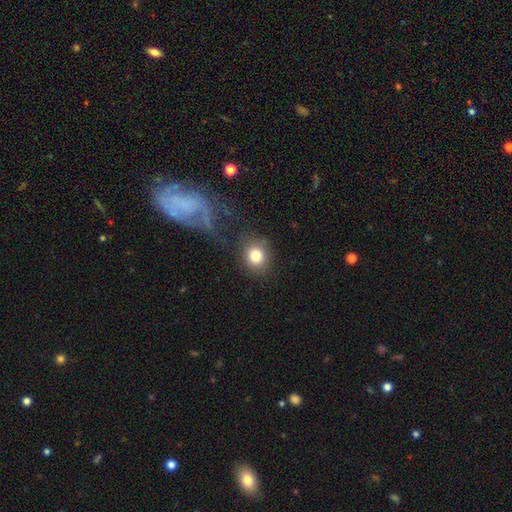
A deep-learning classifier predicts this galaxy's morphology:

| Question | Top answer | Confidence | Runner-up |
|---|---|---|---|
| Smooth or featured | smooth | 81% | star or artifact (11%) |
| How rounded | round | 75% | in between (24%) |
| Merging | none | 78% | minor disturbance (13%) |